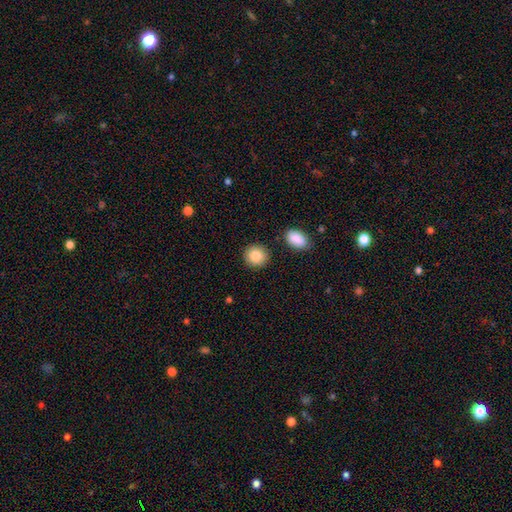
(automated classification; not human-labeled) The model was most divided on "how rounded": round: 86%, in between: 13%, cigar-shaped: 1%. More confident: merging — none (88%); smooth or featured — smooth (86%).